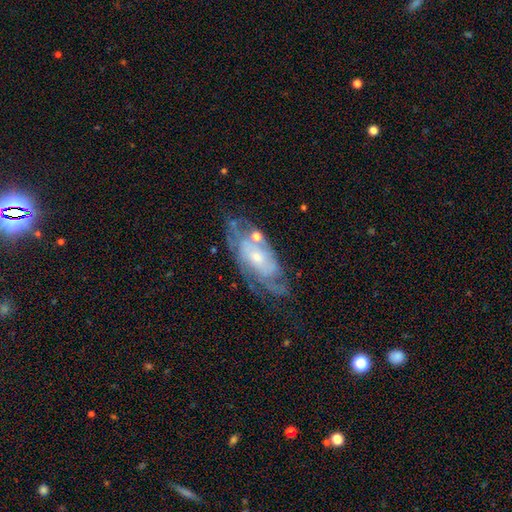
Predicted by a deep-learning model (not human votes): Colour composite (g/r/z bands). It shows a featured or disk galaxy (78%) with no bar (67%), tight (59%) spiral arms (90%) and a small central bulge (59%). Merging: none (66%).